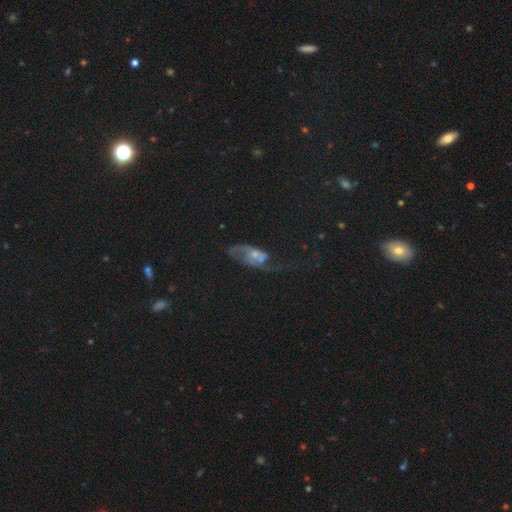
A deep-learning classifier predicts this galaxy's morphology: smooth_or_featured: featured or disk (p=0.61) [alt: smooth p=0.26]
disk_edge_on: no (p=0.93) [alt: yes p=0.07]
bar: no (p=0.76) [alt: weak p=0.20]
has_spiral_arms: yes (p=0.70) [alt: no p=0.30]
bulge_size: small (p=0.49) [alt: moderate p=0.39]
merging: major disturbance (p=0.37) [alt: none p=0.32]